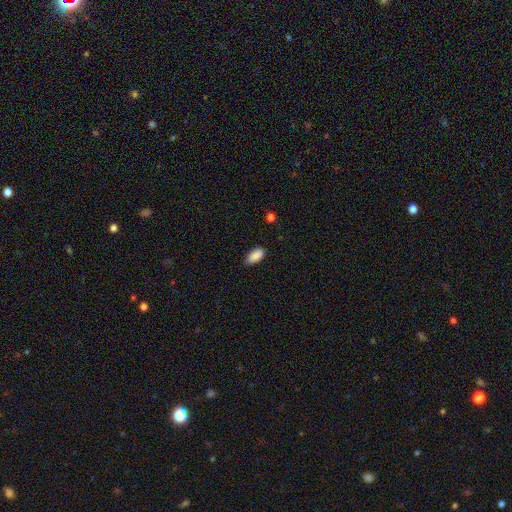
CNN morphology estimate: This appears to be a smooth galaxy with no disk features (89%) that is in between round and cigar-shaped (92%). Merging: none (73%).